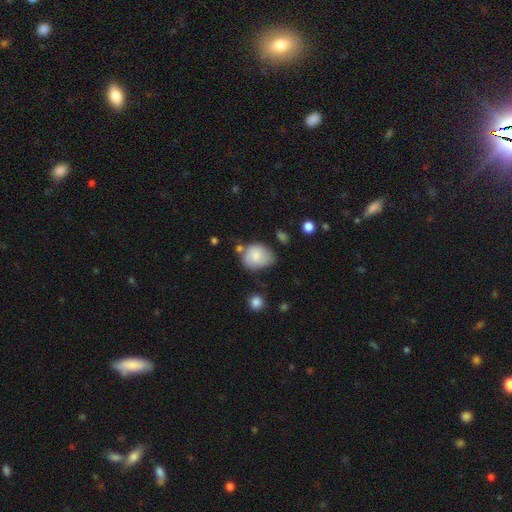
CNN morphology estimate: A smooth galaxy with no disk features (77%) that is round (52%).

Vote fractions:
- Smooth or featured? smooth: 77% / featured or disk: 16% / star or artifact: 8%
- How rounded? round: 52% / in between: 48% / cigar-shaped: 1%
- Merging? none: 48% / minor disturbance: 33% / major disturbance: 11% / merger: 9%